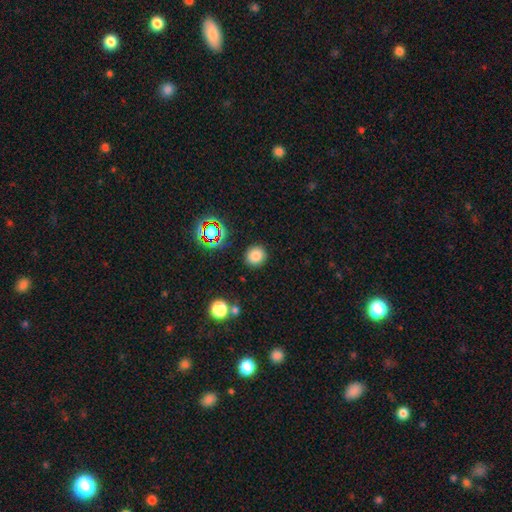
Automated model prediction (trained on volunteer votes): Smooth or featured?
  - smooth: 79% *
  - star or artifact: 15%
  - featured or disk: 5%
How rounded?
  - round: 89% *
  - in between: 10%
  - cigar-shaped: 1%
Merging?
  - none: 89% *
  - minor disturbance: 7%
  - major disturbance: 3%
  - merger: 2%